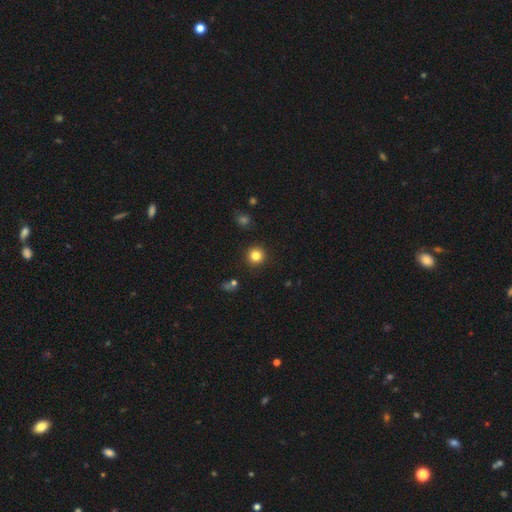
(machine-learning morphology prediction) Smooth or featured? smooth (82%)
How rounded? round (94%)
Merging? none (91%)